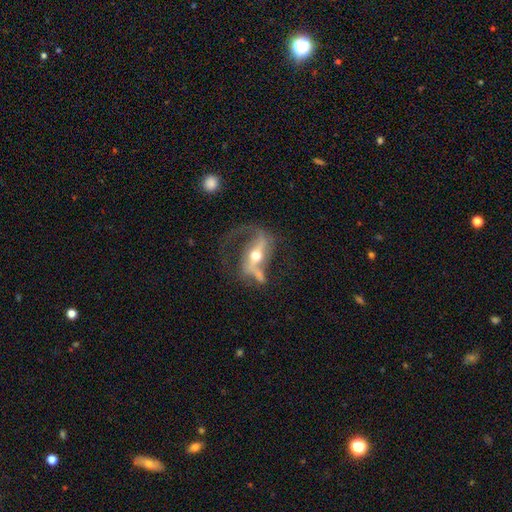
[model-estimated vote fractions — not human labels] Smooth or featured? featured or disk (79%)
Edge-on disk? no (82%)
Bar? strong (52%)
Spiral arms? yes (79%)
Spiral winding? loose (65%)
Spiral arm count? 2 (57%)
Bulge size? moderate (70%)
Merging? none (38%)